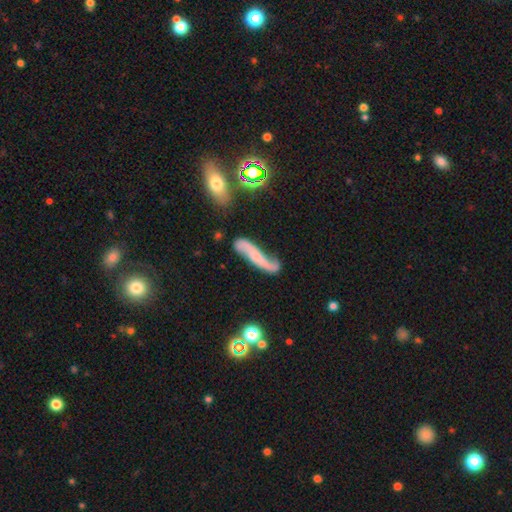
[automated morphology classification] The model was most divided on "merging": none: 52%, minor disturbance: 25%, major disturbance: 14%, merger: 8%. More confident: edge-on disk — no (76%); smooth or featured — featured or disk (63%).